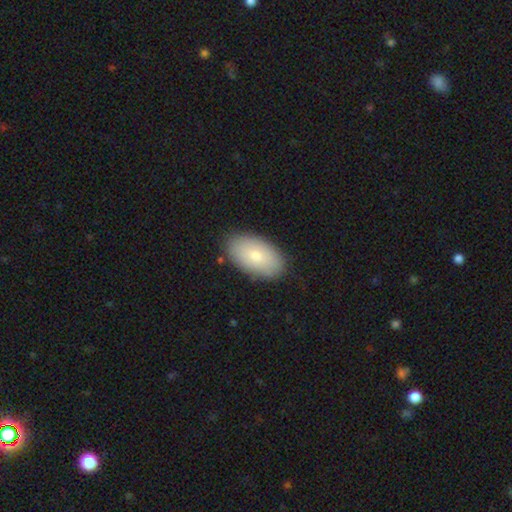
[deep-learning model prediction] The model was most divided on "smooth or featured": smooth: 77%, featured or disk: 17%, star or artifact: 6%. More confident: how rounded — in between (95%); merging — none (86%).